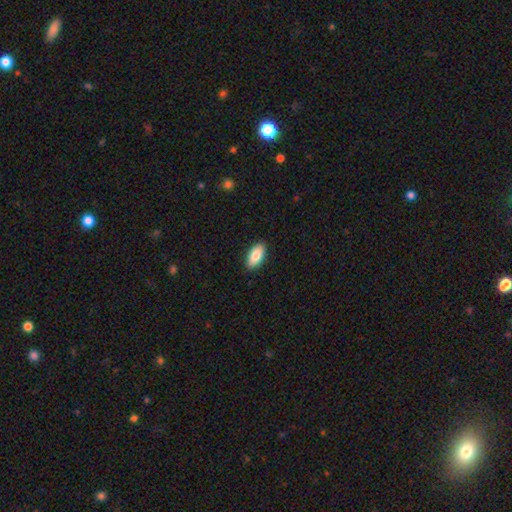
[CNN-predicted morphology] Overall: smooth (85%). How rounded: in between (91%). Merging: none (89%).